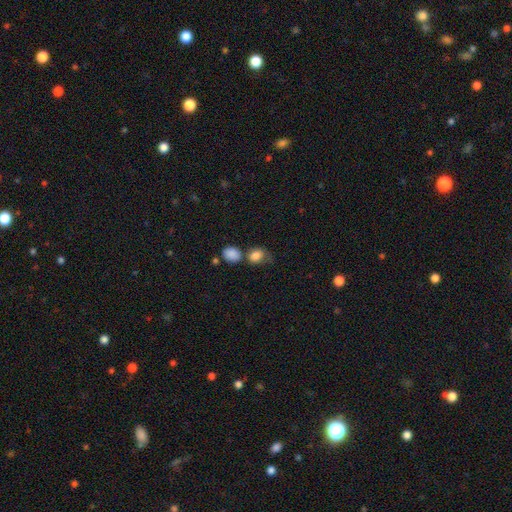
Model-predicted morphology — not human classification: type=smooth (82%); roundness=in between (53%); merging=none (38%).